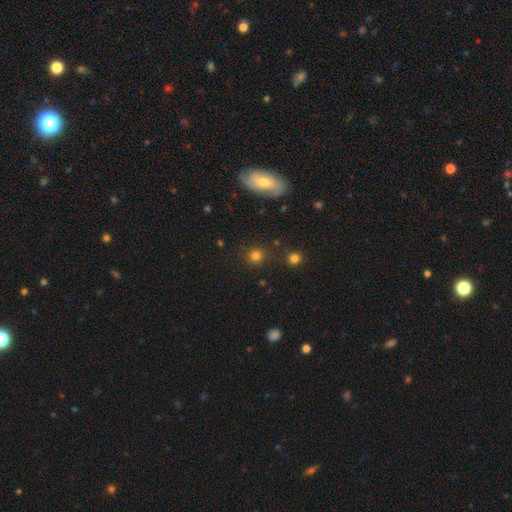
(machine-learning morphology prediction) Smooth or featured: smooth — 77% (star or artifact — 16%)
How rounded: round — 91% (in between — 8%)
Merging: none — 85% (minor disturbance — 8%)